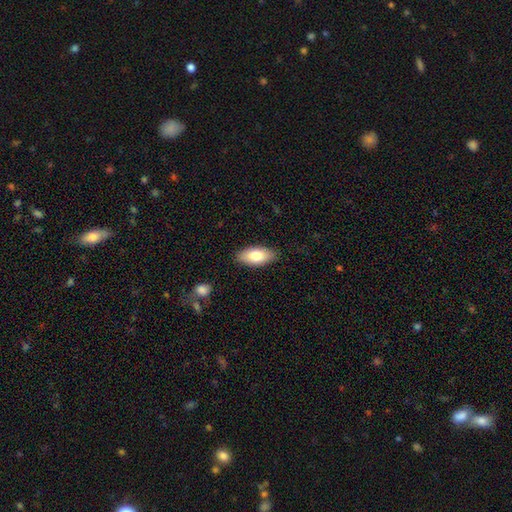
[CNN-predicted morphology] This appears to be a smooth galaxy with no disk features (79%) that is in between round and cigar-shaped (89%). Merging: none (87%).